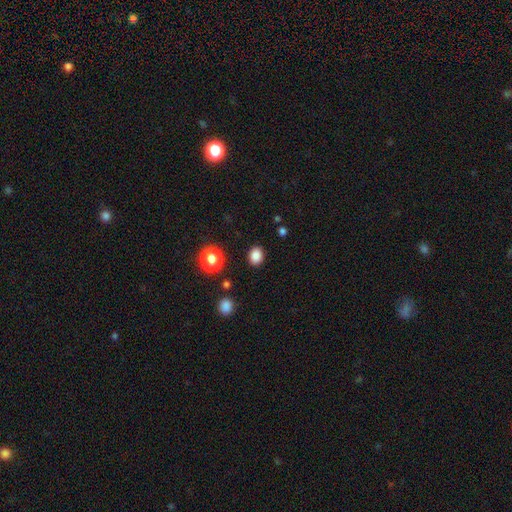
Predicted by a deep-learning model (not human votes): smooth_or_featured: smooth (p=0.85) [alt: star or artifact p=0.11]
how_rounded: in between (p=0.53) [alt: round p=0.47]
merging: none (p=0.88) [alt: minor disturbance p=0.08]